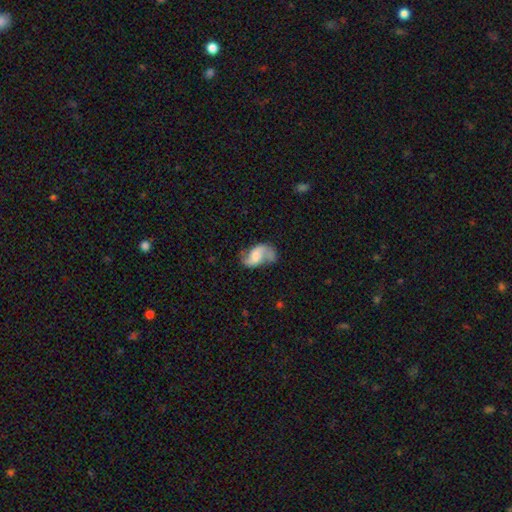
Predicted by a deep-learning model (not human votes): Morphology: type=featured or disk (74%); edge-on=no (97%); bar=no (46%); spiral arms=yes (92%); winding=loose (60%); arm count=2 (88%); bulge=moderate (41%); merging=none (55%).